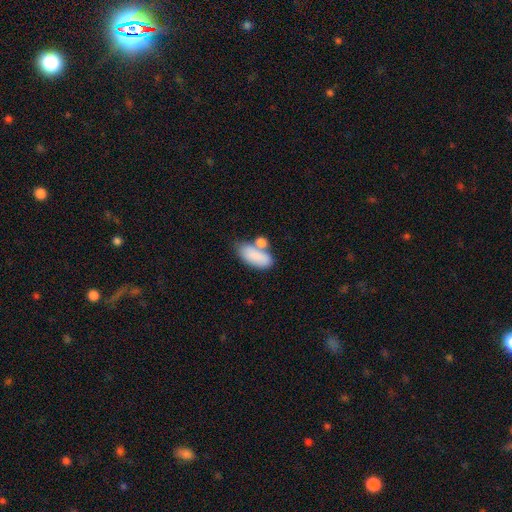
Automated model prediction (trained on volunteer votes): This is clearly a smooth galaxy (83%). How rounded: clearly in between (90%). Merging: marginally none (44%).